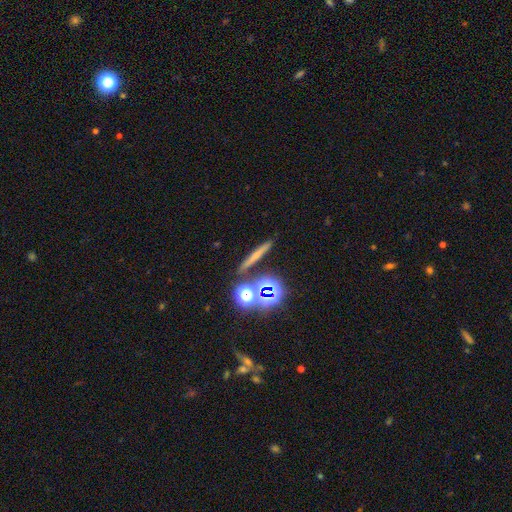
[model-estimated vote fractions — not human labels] Overall: smooth (45%; featured or disk 33%). Merging: none (83%).